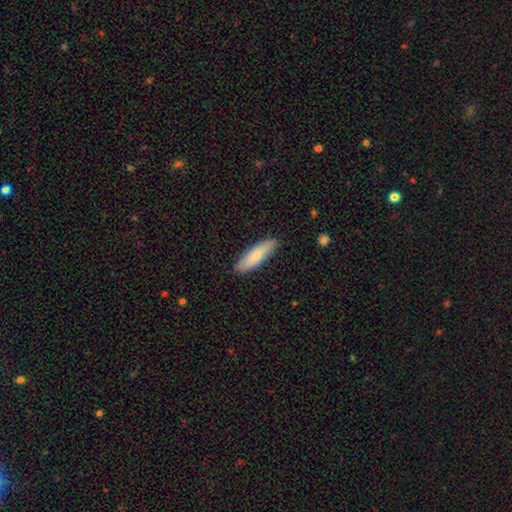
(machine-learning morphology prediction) smooth 78%, featured or disk 17%, star or artifact 5%. Down the decision tree: how rounded — cigar-shaped (57%); merging — none (88%).